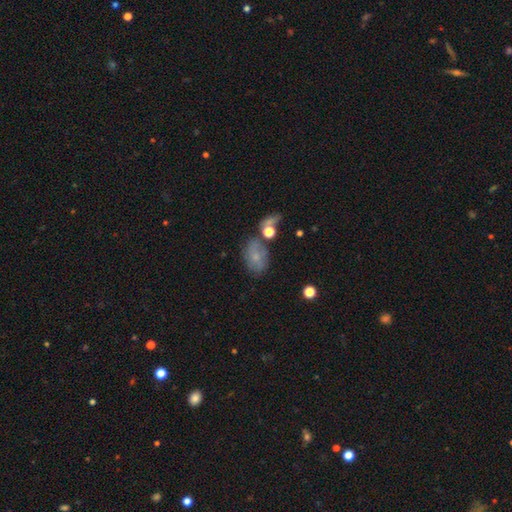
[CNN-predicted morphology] Smooth or featured? smooth (60%)
How rounded? in between (81%)
Merging? none (54%)